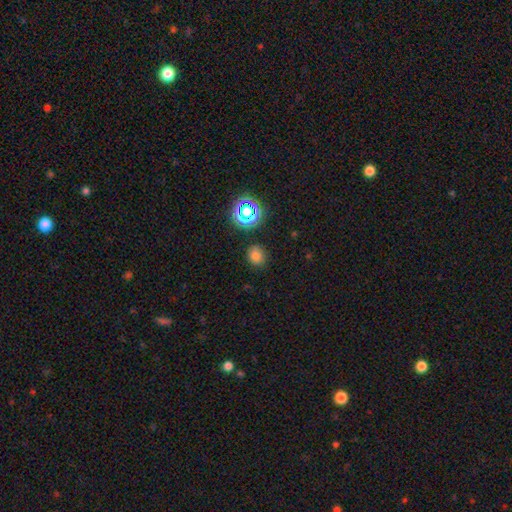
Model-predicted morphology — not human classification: This is likely a smooth galaxy (74%). How rounded: likely round (77%). Merging: clearly none (84%).